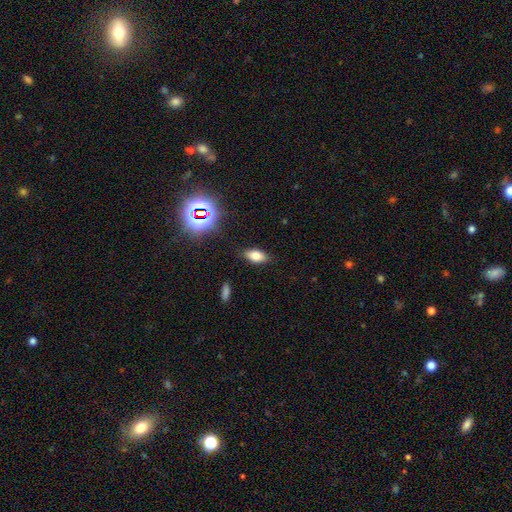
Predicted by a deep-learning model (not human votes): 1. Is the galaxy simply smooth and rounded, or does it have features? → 74% smooth, 14% star or artifact, 12% featured or disk.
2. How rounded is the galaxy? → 87% in between, 7% cigar-shaped, 6% round.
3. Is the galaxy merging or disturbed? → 85% none, 11% minor disturbance, 3% major disturbance, 1% merger.